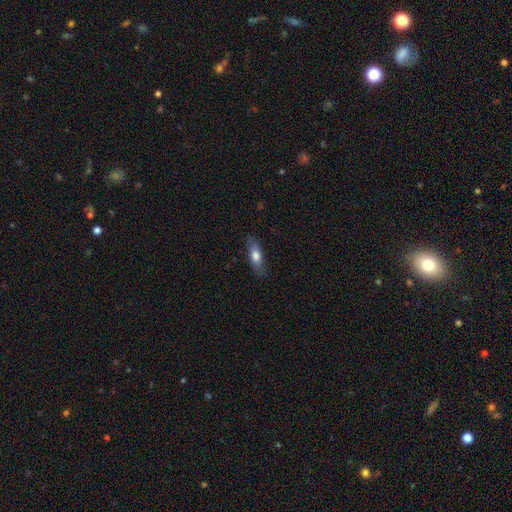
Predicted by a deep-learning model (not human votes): Smooth or featured: smooth — 64% (featured or disk — 29%)
How rounded: in between — 54% (cigar-shaped — 42%)
Merging: none — 78% (minor disturbance — 17%)